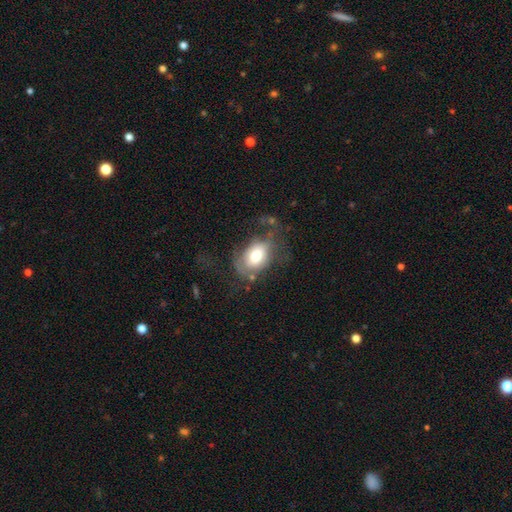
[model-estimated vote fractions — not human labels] This is likely a smooth galaxy (63%). How rounded: likely in between (78%). Merging: marginally none (40%).